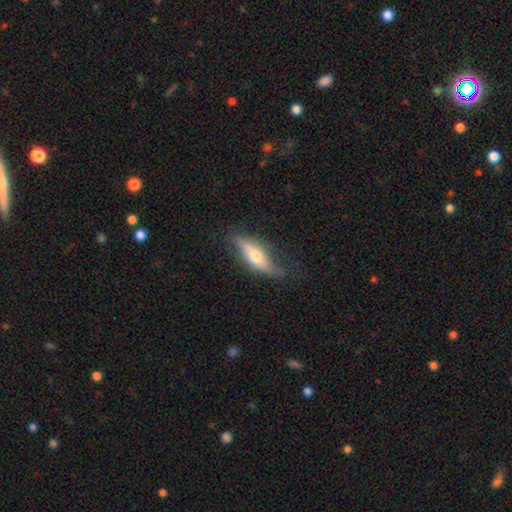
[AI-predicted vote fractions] Smooth or featured? smooth (50%)
How rounded? cigar-shaped (51%)
Merging? none (64%)